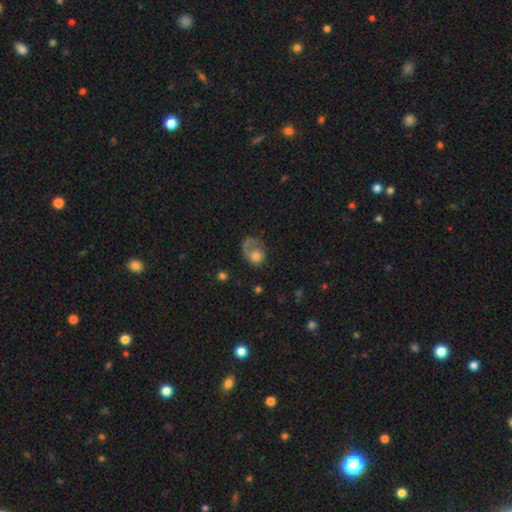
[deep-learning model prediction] Overall: smooth (56%; featured or disk 33%). How rounded: round (54%; in between 44%). Merging: major disturbance (42%; none 33%).